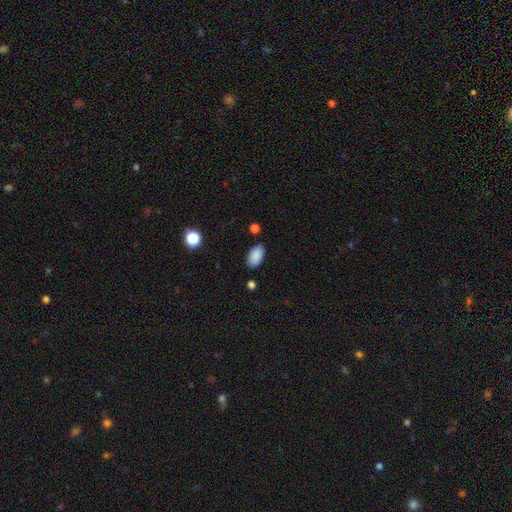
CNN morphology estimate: smooth-or-featured: smooth: 88% | star or artifact: 8% | featured or disk: 4%
  how-rounded: in between: 94% | round: 4% | cigar-shaped: 2%
  merging: none: 83% | minor disturbance: 12% | major disturbance: 3% | merger: 2%